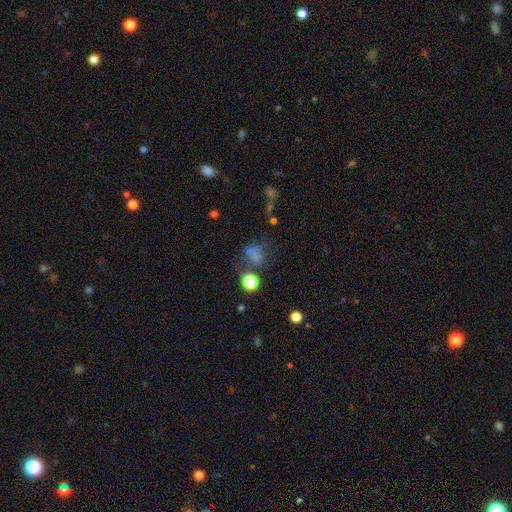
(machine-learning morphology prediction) type=smooth (44%); merging=none (50%).